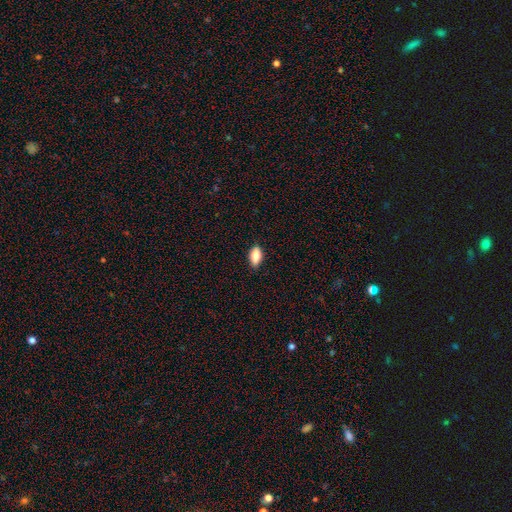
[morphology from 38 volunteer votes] A smooth galaxy with no disk features (87%) that is in between round and cigar-shaped (73%). Merging: none (75%).